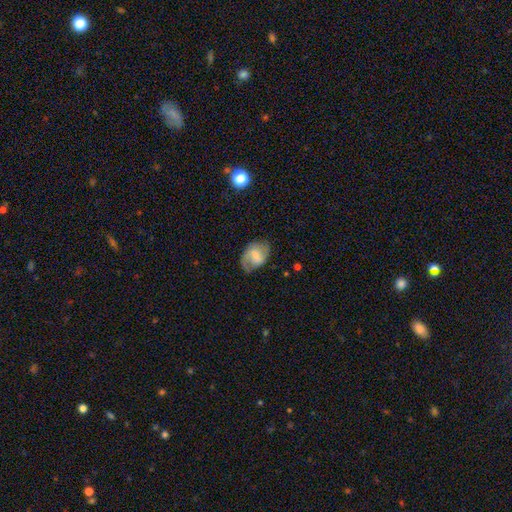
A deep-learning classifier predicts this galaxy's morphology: Overall: featured or disk (51%; smooth 41%). Edge-on disk: no (96%). Merging: none (67%).